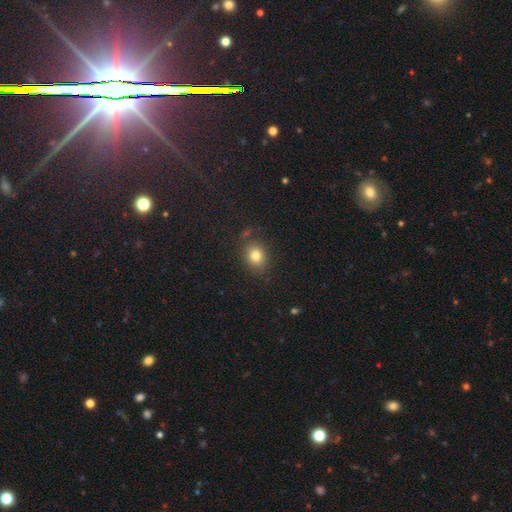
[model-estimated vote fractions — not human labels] A smooth galaxy with no disk features (80%) that is round (64%).

Vote fractions:
- Smooth or featured? smooth: 80% / star or artifact: 13% / featured or disk: 7%
- How rounded? round: 64% / in between: 35% / cigar-shaped: 1%
- Merging? none: 82% / minor disturbance: 12% / major disturbance: 4% / merger: 3%